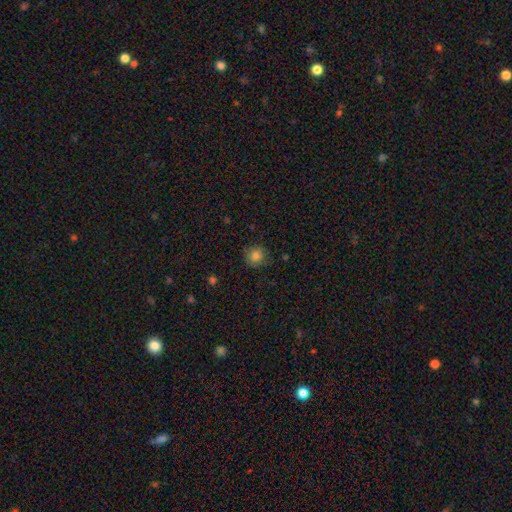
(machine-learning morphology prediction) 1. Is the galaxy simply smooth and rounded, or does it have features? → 82% smooth, 12% star or artifact, 6% featured or disk.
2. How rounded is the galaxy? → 91% round, 8% in between, 1% cigar-shaped.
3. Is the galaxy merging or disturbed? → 85% none, 11% minor disturbance, 3% major disturbance, 1% merger.